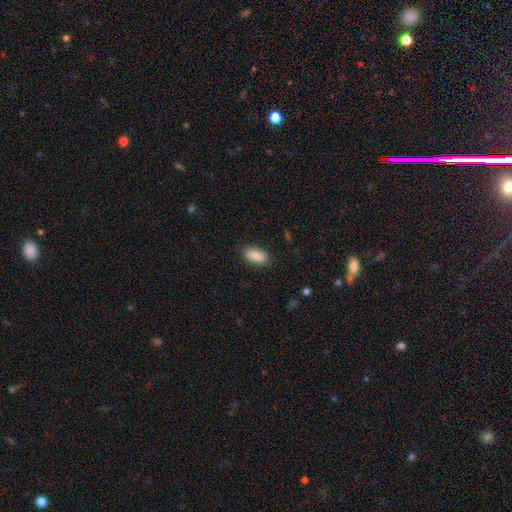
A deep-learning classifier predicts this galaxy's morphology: type=smooth (87%); roundness=in between (88%); merging=none (86%).